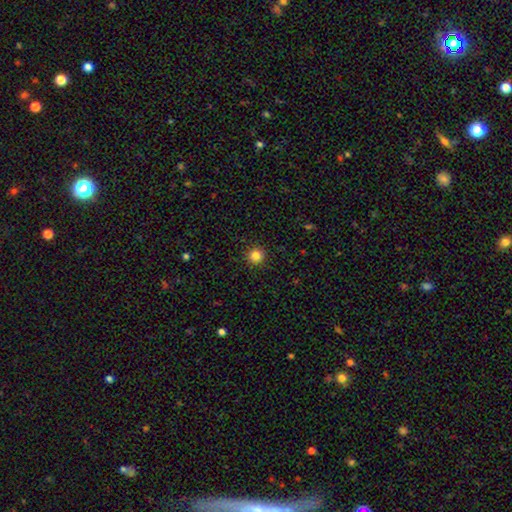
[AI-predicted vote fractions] A smooth galaxy with no disk features (84%) that is round (95%). Merging: none (93%).